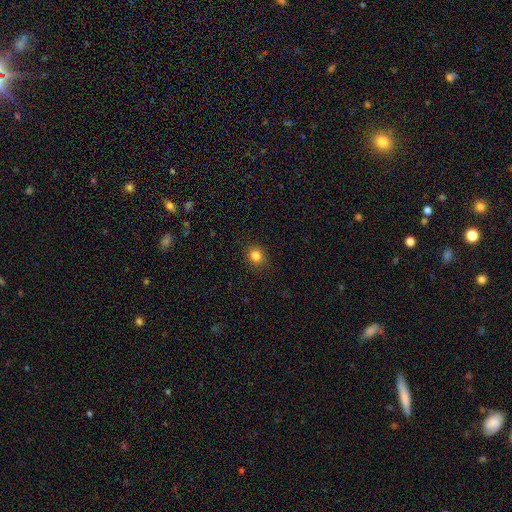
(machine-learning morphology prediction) Q: Smooth or featured?
A: smooth (83%); runner-up: star or artifact (12%)
Q: How rounded?
A: round (82%); runner-up: in between (17%)
Q: Merging?
A: none (89%); runner-up: minor disturbance (7%)